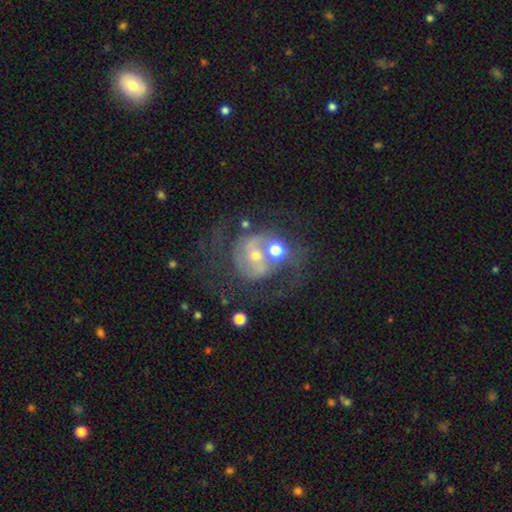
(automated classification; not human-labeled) Smooth or featured? featured or disk (73%)
Edge-on disk? no (97%)
Bar? no (58%)
Spiral arms? yes (77%)
Spiral winding? medium (45%)
Spiral arm count? 2 (66%)
Bulge size? small (49%)
Merging? none (41%)